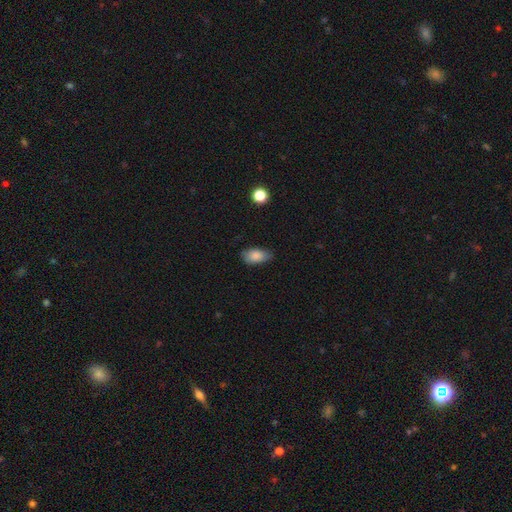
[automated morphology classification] Q: Smooth or featured?
A: smooth (85%); runner-up: star or artifact (7%)
Q: How rounded?
A: in between (91%); runner-up: round (6%)
Q: Merging?
A: none (69%); runner-up: minor disturbance (26%)